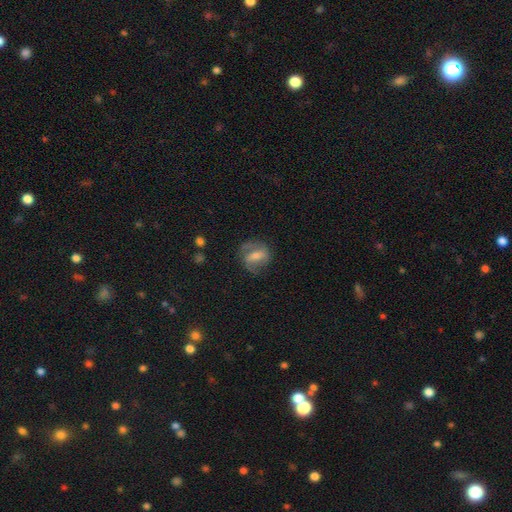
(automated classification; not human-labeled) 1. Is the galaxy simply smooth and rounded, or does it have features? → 61% featured or disk, 29% smooth, 10% star or artifact.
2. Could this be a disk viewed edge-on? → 95% no, 5% yes.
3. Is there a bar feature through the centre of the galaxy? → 42% weak, 38% strong, 21% no.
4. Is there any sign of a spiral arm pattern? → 80% yes, 20% no.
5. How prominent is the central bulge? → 46% moderate, 42% small, 6% none, 5% large, 1% dominant.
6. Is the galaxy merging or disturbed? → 68% none, 19% minor disturbance, 11% major disturbance, 2% merger.